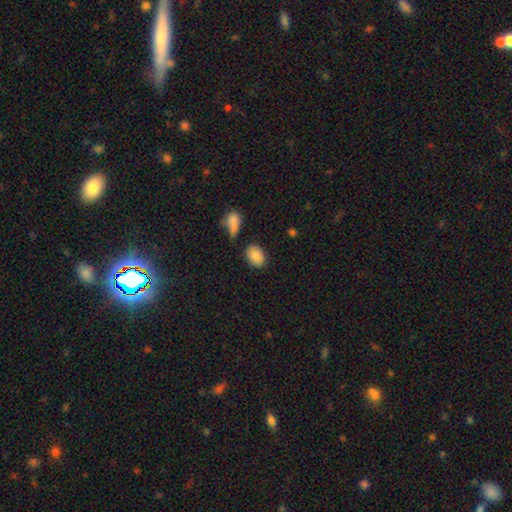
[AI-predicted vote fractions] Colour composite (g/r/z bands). It shows a smooth galaxy with no disk features (86%) that is in between round and cigar-shaped (80%). Merging: none (77%).